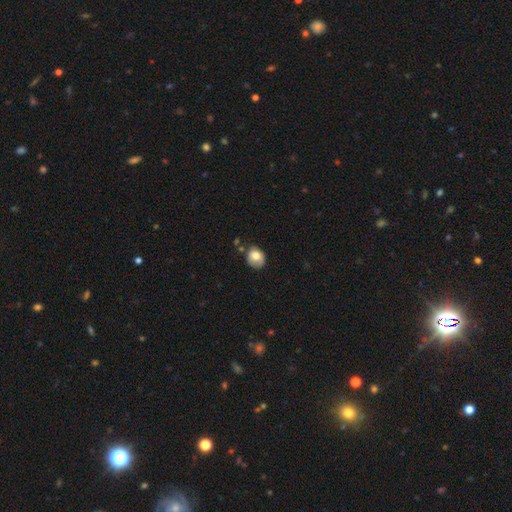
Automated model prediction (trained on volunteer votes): smooth-or-featured: smooth: 72% | featured or disk: 19% | star or artifact: 8%
  how-rounded: round: 59% | in between: 40% | cigar-shaped: 1%
  merging: none: 56% | minor disturbance: 29% | major disturbance: 9% | merger: 7%